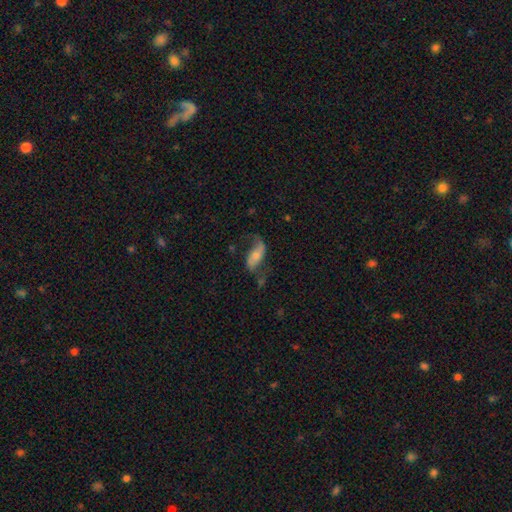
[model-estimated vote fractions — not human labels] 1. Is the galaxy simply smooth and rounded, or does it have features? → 55% featured or disk, 37% smooth, 8% star or artifact.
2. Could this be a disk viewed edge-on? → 91% no, 9% yes.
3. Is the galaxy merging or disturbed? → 47% none, 25% minor disturbance, 23% major disturbance, 5% merger.